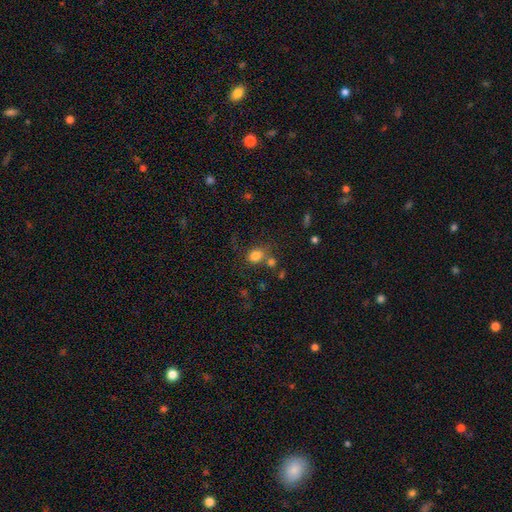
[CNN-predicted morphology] This appears to be a smooth galaxy with no disk features (80%) that is round (63%). Merging: none (57%).